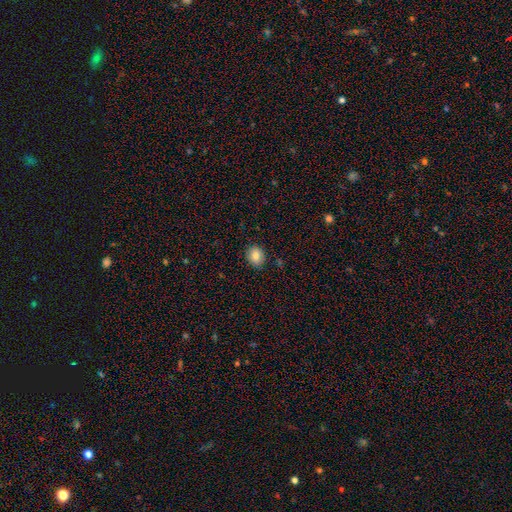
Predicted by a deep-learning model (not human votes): Smooth or featured? smooth (83%)
How rounded? round (63%)
Merging? none (88%)